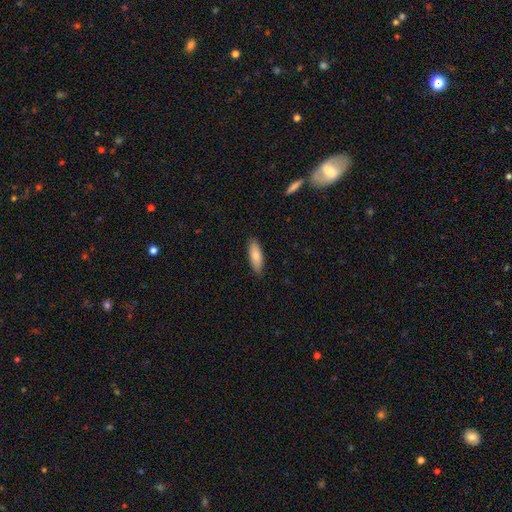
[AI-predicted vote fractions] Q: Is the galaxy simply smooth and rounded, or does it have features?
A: smooth — 81%.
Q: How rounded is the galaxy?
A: in between — 63%.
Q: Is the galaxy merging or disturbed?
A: none — 87%.